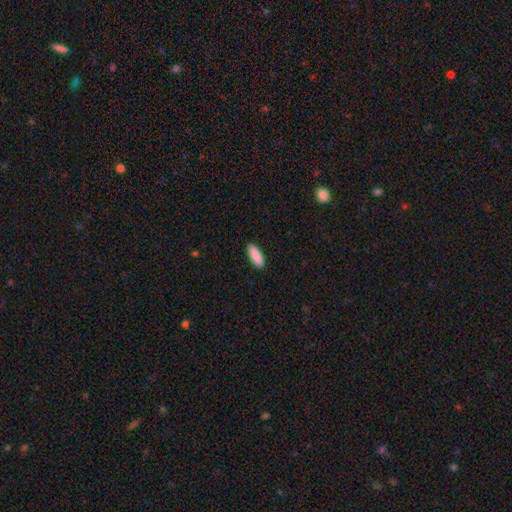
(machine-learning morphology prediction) Smooth or featured: smooth — 91% (star or artifact — 6%)
How rounded: in between — 71% (cigar-shaped — 27%)
Merging: none — 89% (minor disturbance — 8%)